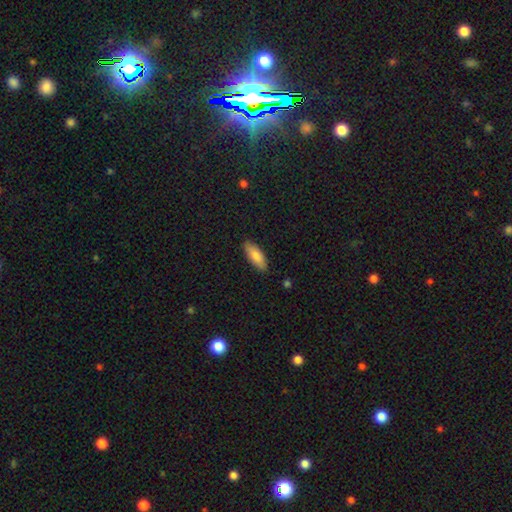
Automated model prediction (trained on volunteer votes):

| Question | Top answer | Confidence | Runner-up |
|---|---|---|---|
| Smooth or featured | smooth | 82% | featured or disk (12%) |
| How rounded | in between | 76% | cigar-shaped (23%) |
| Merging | none | 86% | minor disturbance (10%) |